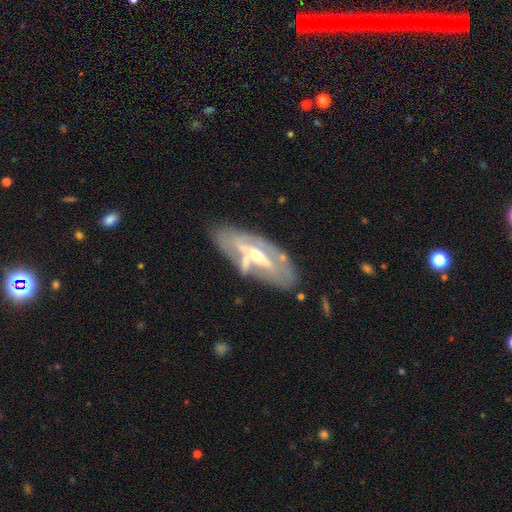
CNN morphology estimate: type=featured or disk (76%); edge-on=no (79%); bar=strong (39%); spiral arms=yes (51%); bulge=moderate (62%); merging=none (56%).